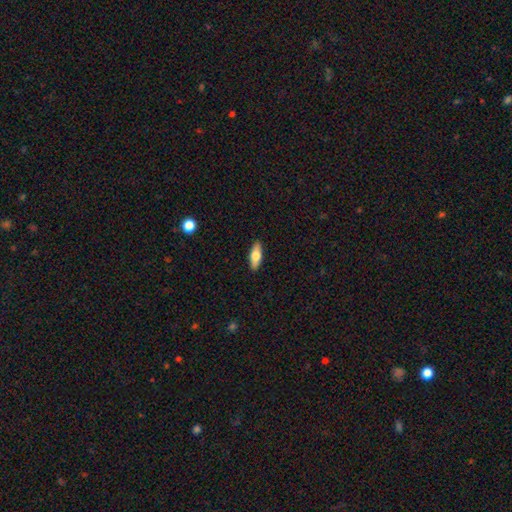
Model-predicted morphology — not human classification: smooth-or-featured: smooth: 67% | featured or disk: 27% | star or artifact: 6%
  how-rounded: in between: 64% | cigar-shaped: 33% | round: 3%
  merging: none: 90% | minor disturbance: 8% | major disturbance: 2% | merger: 1%